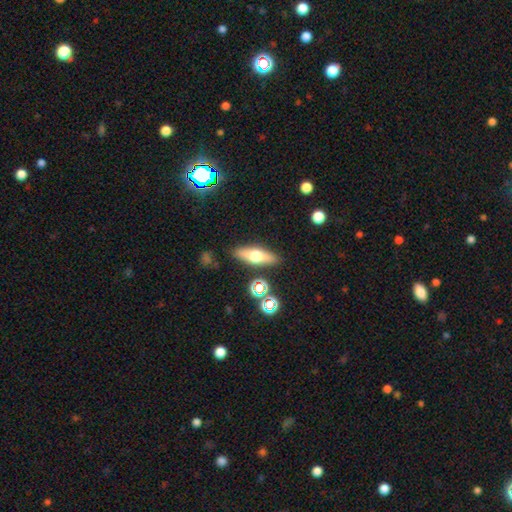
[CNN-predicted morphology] Q: Smooth or featured?
A: smooth (52%); runner-up: featured or disk (39%)
Q: How rounded?
A: in between (51%); runner-up: cigar-shaped (44%)
Q: Merging?
A: none (86%); runner-up: minor disturbance (9%)